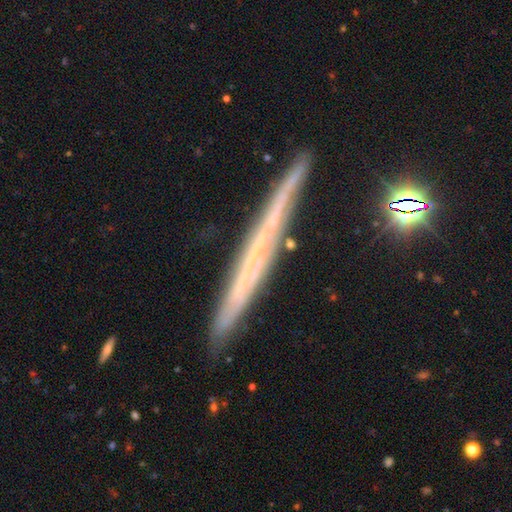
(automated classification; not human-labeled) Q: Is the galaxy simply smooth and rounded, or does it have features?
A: featured or disk — 64%.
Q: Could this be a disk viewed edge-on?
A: yes — 95%.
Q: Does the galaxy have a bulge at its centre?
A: none — 90%.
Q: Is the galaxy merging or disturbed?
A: none — 87%.